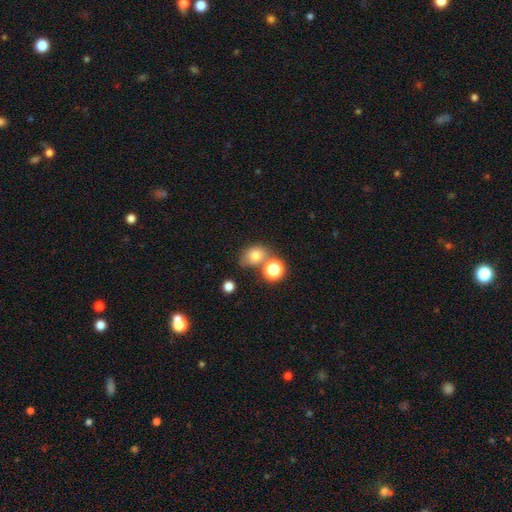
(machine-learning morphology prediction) type=smooth (75%); roundness=round (51%); merging=none (53%).